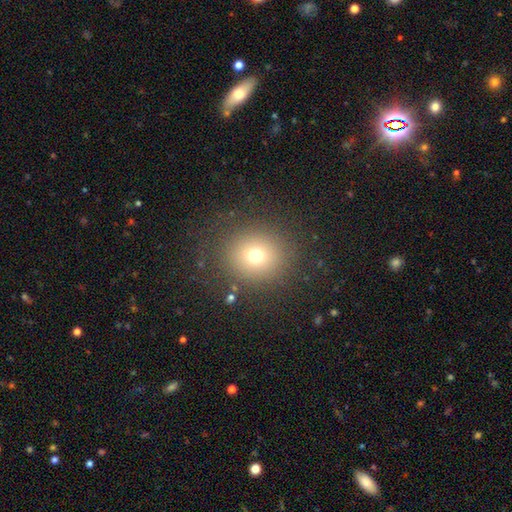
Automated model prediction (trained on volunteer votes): Morphology: type=smooth (71%); roundness=round (86%); merging=none (84%).